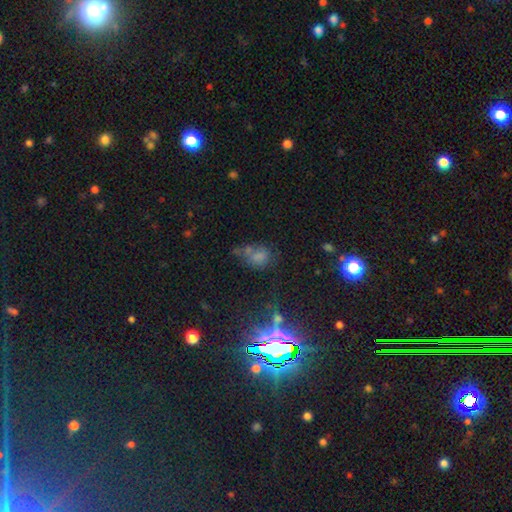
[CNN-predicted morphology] smooth-or-featured: star or artifact: 55% | smooth: 31% | featured or disk: 15%